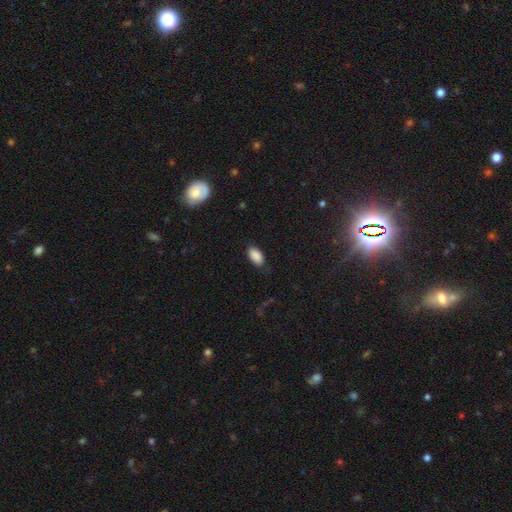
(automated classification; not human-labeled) smooth 89%, star or artifact 7%, featured or disk 4%. Down the decision tree: how rounded — in between (94%); merging — none (78%).